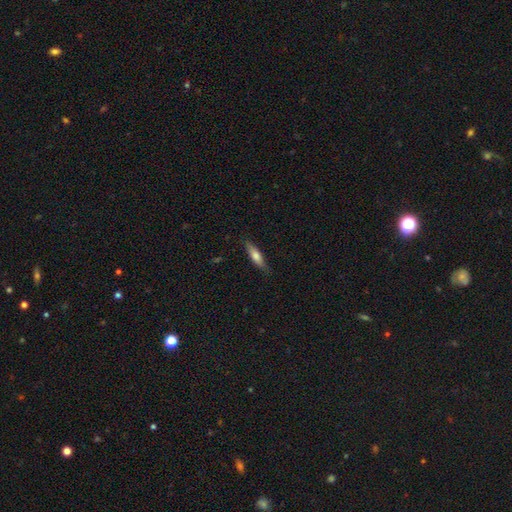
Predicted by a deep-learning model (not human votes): Q: Smooth or featured?
A: smooth (62%); runner-up: featured or disk (31%)
Q: How rounded?
A: cigar-shaped (70%); runner-up: in between (28%)
Q: Merging?
A: none (83%); runner-up: minor disturbance (14%)